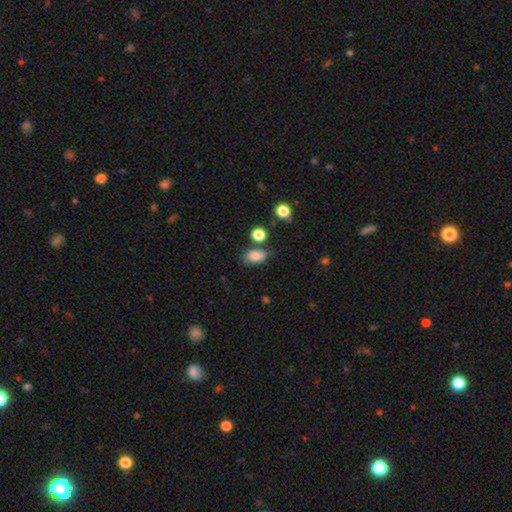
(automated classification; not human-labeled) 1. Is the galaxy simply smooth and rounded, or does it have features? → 81% smooth, 10% star or artifact, 8% featured or disk.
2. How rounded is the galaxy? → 86% in between, 12% round, 2% cigar-shaped.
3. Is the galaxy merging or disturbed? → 65% none, 20% minor disturbance, 9% merger, 6% major disturbance.